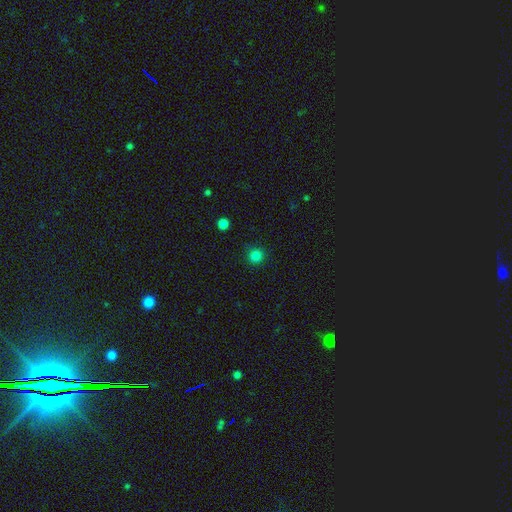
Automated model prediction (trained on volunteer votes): This appears to be a smooth galaxy with no disk features (82%) that is round (94%). Merging: none (90%).